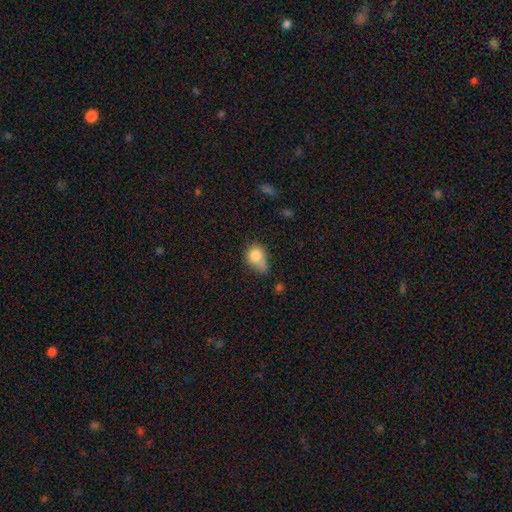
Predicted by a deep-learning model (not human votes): Smooth or featured: smooth — 80% (featured or disk — 11%)
How rounded: in between — 49% (tied with round — 49%)
Merging: none — 34% (minor disturbance — 33%)